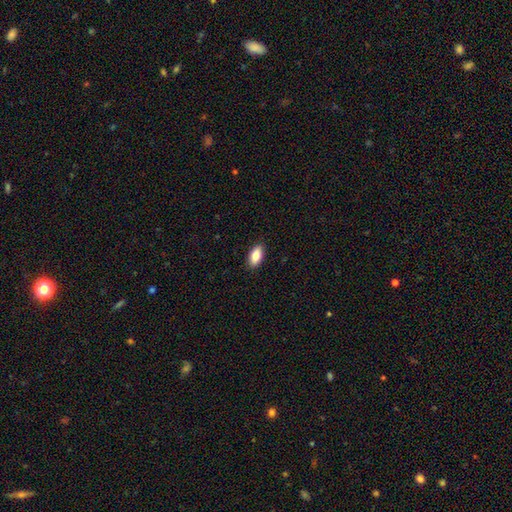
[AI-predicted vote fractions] Smooth or featured?
  - smooth: 84% *
  - featured or disk: 9%
  - star or artifact: 7%
How rounded?
  - in between: 90% *
  - cigar-shaped: 7%
  - round: 3%
Merging?
  - none: 90% *
  - minor disturbance: 8%
  - major disturbance: 2%
  - merger: 1%